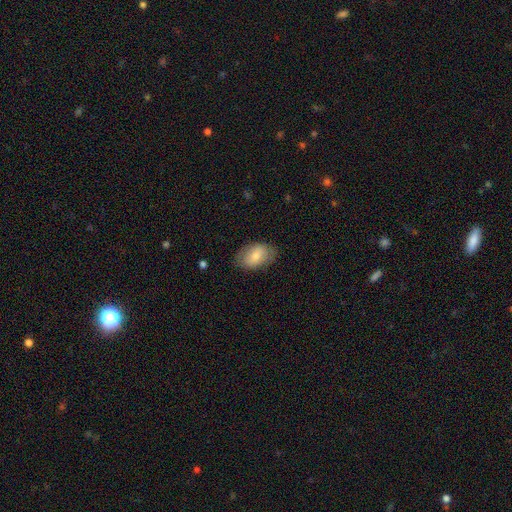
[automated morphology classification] Q: Smooth or featured?
A: smooth (71%); runner-up: featured or disk (22%)
Q: How rounded?
A: in between (90%); runner-up: round (9%)
Q: Merging?
A: none (79%); runner-up: minor disturbance (16%)